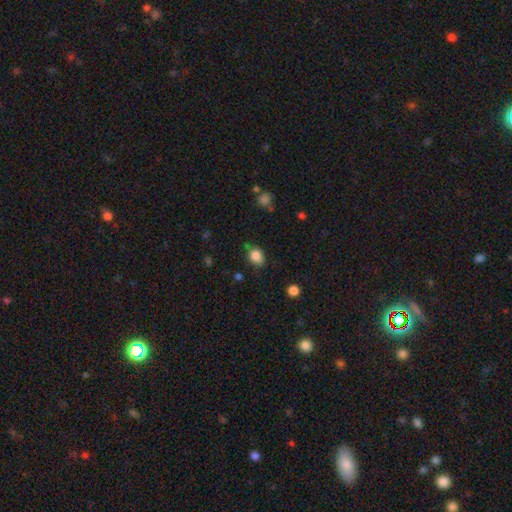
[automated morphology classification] smooth-or-featured: smooth: 84% | star or artifact: 10% | featured or disk: 6%
  how-rounded: round: 51% | in between: 48% | cigar-shaped: 1%
  merging: none: 71% | minor disturbance: 22% | major disturbance: 5% | merger: 2%